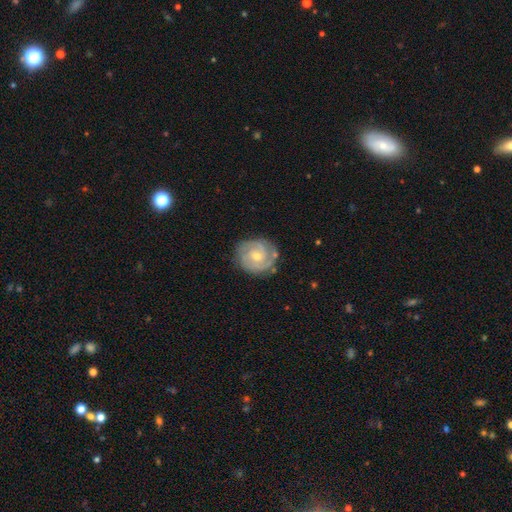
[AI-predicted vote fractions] smooth_or_featured: featured or disk (p=0.84) [alt: smooth p=0.10]
disk_edge_on: no (p=0.98) [alt: yes p=0.02]
bar: no (p=0.63) [alt: weak p=0.31]
has_spiral_arms: yes (p=0.96) [alt: no p=0.04]
spiral_winding: tight (p=0.70) [alt: medium p=0.26]
spiral_arm_count: 2 (p=0.60) [alt: 3 p=0.18]
bulge_size: moderate (p=0.49) [alt: small p=0.47]
merging: none (p=0.80) [alt: minor disturbance p=0.14]